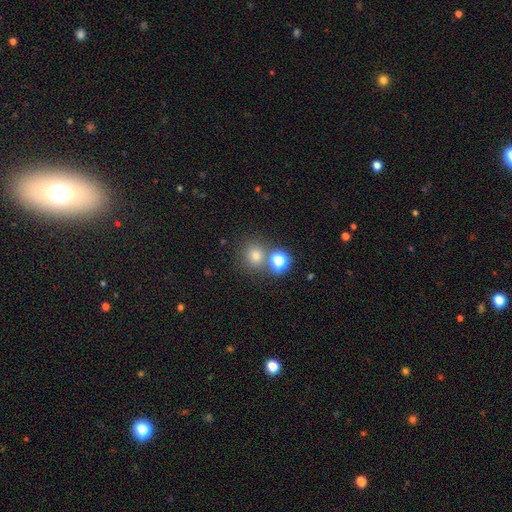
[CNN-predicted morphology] smooth_or_featured: smooth (p=0.73) [alt: star or artifact p=0.20]
how_rounded: round (p=0.88) [alt: in between p=0.11]
merging: none (p=0.71) [alt: merger p=0.18]